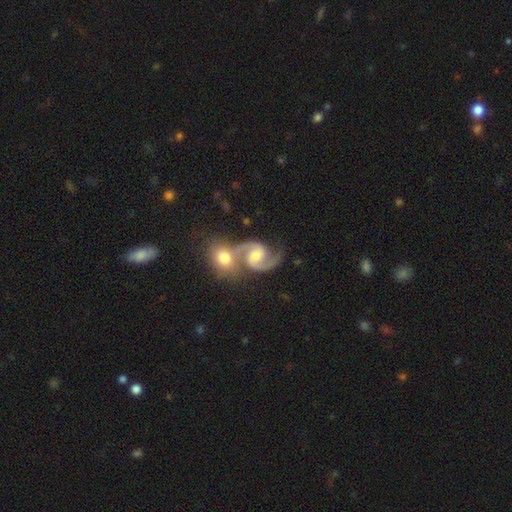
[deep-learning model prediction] Overall: featured or disk (87%). Edge-on disk: no (98%). Bar: weak (48%; no 39%). Spiral arms: yes (98%). Spiral arm count: 2 (93%). Spiral winding: medium (61%; loose 27%). Bulge size: moderate (55%; small 27%). Merging: merger (53%; none 33%).